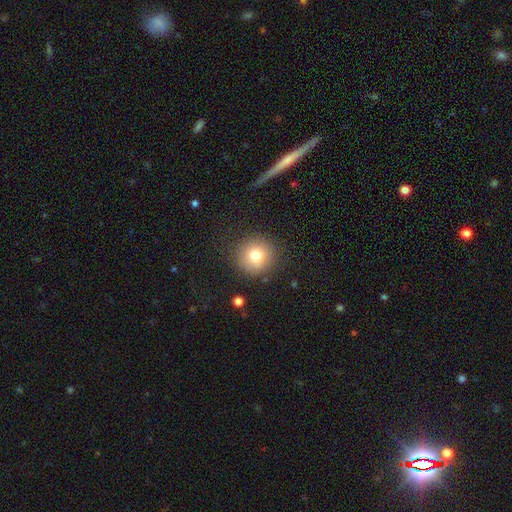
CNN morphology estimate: type=smooth (77%); roundness=round (94%); merging=none (88%).